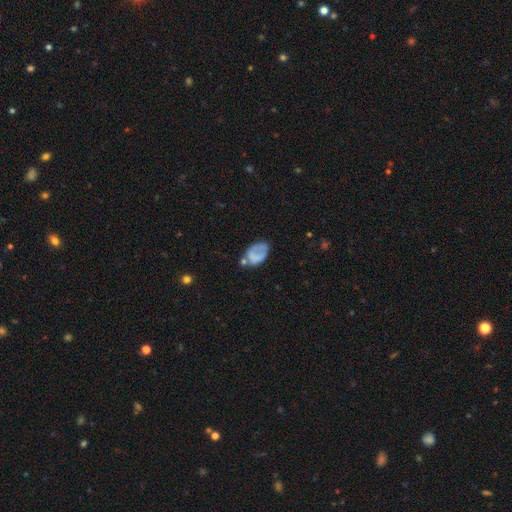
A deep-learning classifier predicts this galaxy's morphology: A smooth galaxy with no disk features (62%) that is in between round and cigar-shaped (83%). Merging: none (42%).